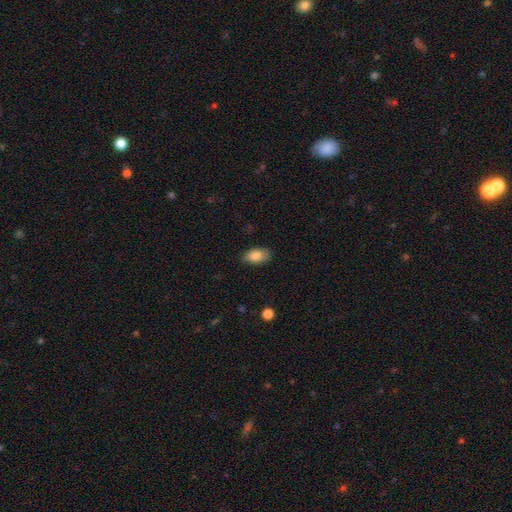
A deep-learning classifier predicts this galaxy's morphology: Smooth or featured? Predicted: smooth (p=0.85). How rounded? Predicted: in between (p=0.92). Merging? Predicted: none (p=0.82).